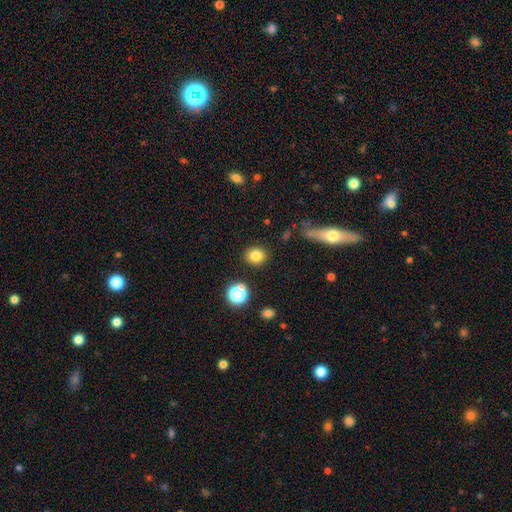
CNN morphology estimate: type=smooth (80%); roundness=round (77%); merging=none (87%).